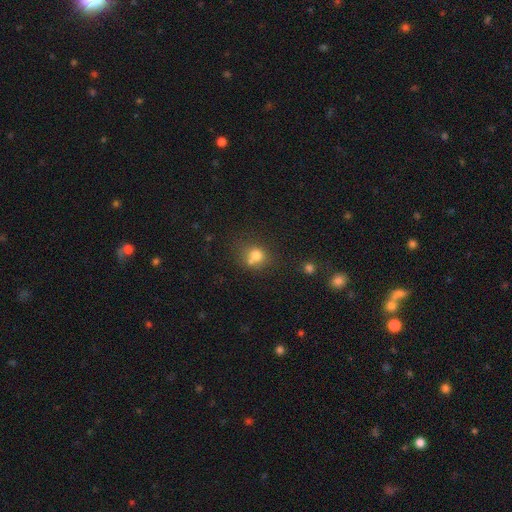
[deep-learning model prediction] Overall: smooth (75%). How rounded: round (74%). Merging: none (47%; merger 34%).